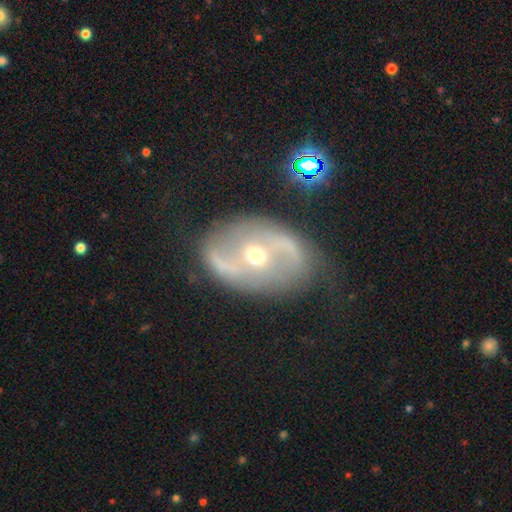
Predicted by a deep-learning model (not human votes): smooth_or_featured: featured or disk (p=0.81) [alt: smooth p=0.12]
disk_edge_on: no (p=0.95) [alt: yes p=0.05]
bar: no (p=0.37) [alt: weak p=0.33]
has_spiral_arms: yes (p=0.79) [alt: no p=0.21]
spiral_winding: loose (p=0.47) [alt: medium p=0.37]
spiral_arm_count: 2 (p=0.89) [alt: can't tell p=0.06]
bulge_size: moderate (p=0.64) [alt: small p=0.31]
merging: none (p=0.76) [alt: minor disturbance p=0.15]